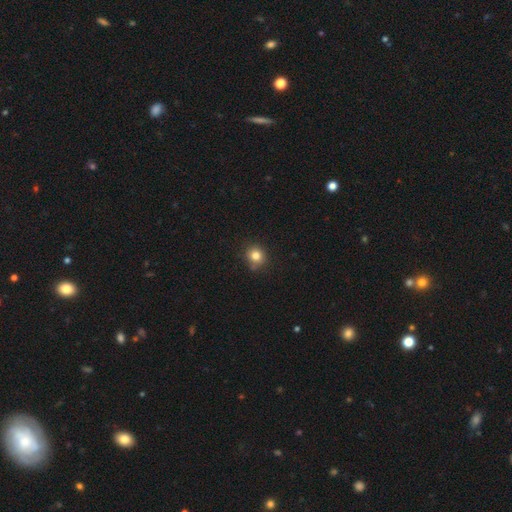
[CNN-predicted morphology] Q: Smooth or featured?
A: smooth (83%); runner-up: star or artifact (12%)
Q: How rounded?
A: round (87%); runner-up: in between (12%)
Q: Merging?
A: none (82%); runner-up: minor disturbance (12%)